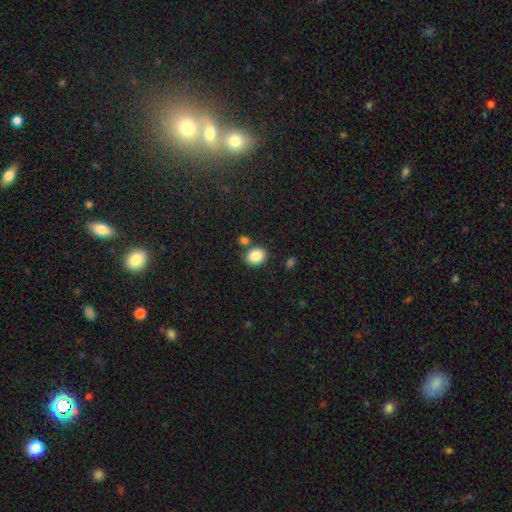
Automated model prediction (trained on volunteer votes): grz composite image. It shows a smooth galaxy with no disk features (86%) that is in between round and cigar-shaped (50%). Merging: none (77%).